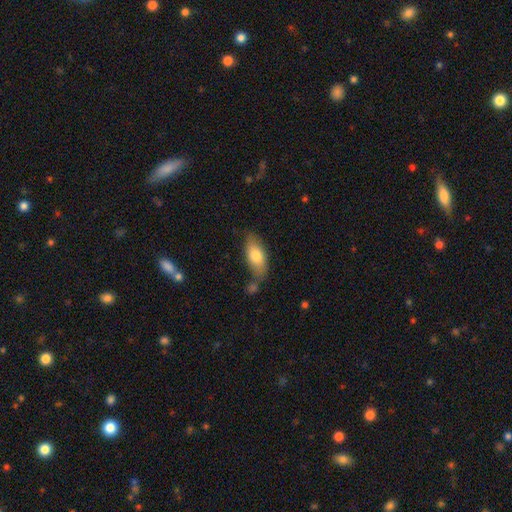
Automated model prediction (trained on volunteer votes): Smooth or featured: smooth — 77% (featured or disk — 17%)
How rounded: in between — 86% (cigar-shaped — 10%)
Merging: none — 65% (minor disturbance — 19%)